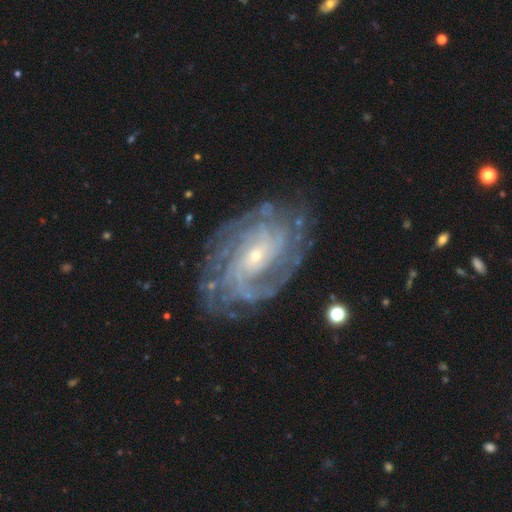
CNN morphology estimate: Q: Smooth or featured?
A: featured or disk (89%); runner-up: star or artifact (6%)
Q: Edge-on disk?
A: no (96%); runner-up: yes (4%)
Q: Bar?
A: no (59%); runner-up: weak (31%)
Q: Spiral arms?
A: yes (97%); runner-up: no (3%)
Q: Spiral winding?
A: tight (68%); runner-up: medium (26%)
Q: Spiral arm count?
A: can't tell (29%); runner-up: 4 (20%)
Q: Bulge size?
A: small (80%); runner-up: moderate (16%)
Q: Merging?
A: none (77%); runner-up: minor disturbance (15%)